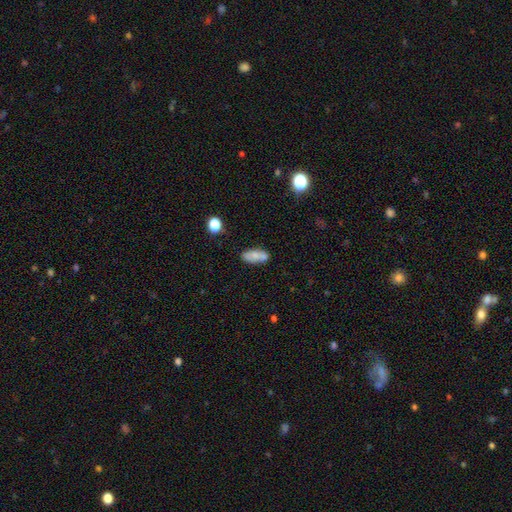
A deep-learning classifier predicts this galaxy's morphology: A smooth galaxy with no disk features (70%) that is in between round and cigar-shaped (83%).

Vote fractions:
- Smooth or featured? smooth: 70% / featured or disk: 22% / star or artifact: 8%
- How rounded? in between: 83% / cigar-shaped: 13% / round: 4%
- Merging? none: 64% / minor disturbance: 16% / merger: 15% / major disturbance: 4%